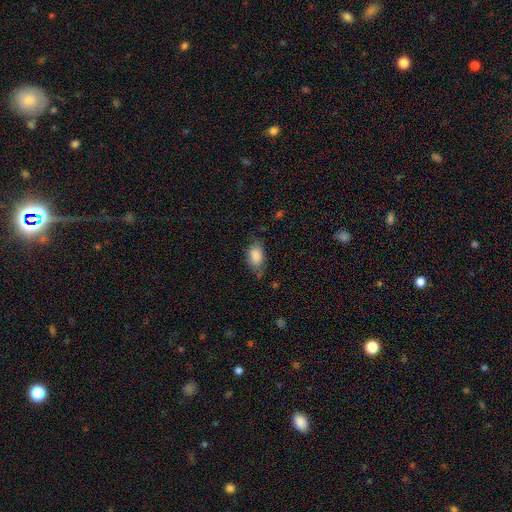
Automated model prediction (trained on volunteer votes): This appears to be a smooth galaxy with no disk features (83%) that is in between round and cigar-shaped (90%). Merging: none (58%).